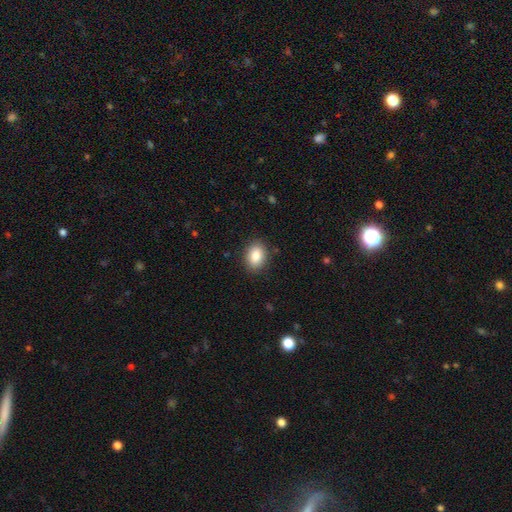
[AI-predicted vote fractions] Smooth or featured? Predicted: smooth (p=0.86). How rounded? Predicted: in between (p=0.77). Merging? Predicted: none (p=0.88).